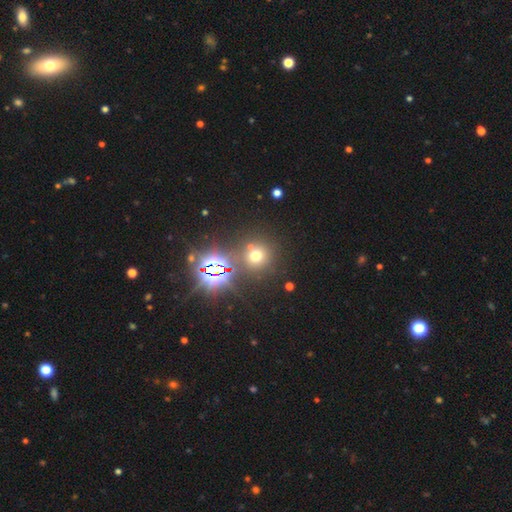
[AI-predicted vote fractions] Smooth or featured: smooth — 54% (star or artifact — 37%)
How rounded: round — 90% (in between — 9%)
Merging: none — 73% (merger — 14%)